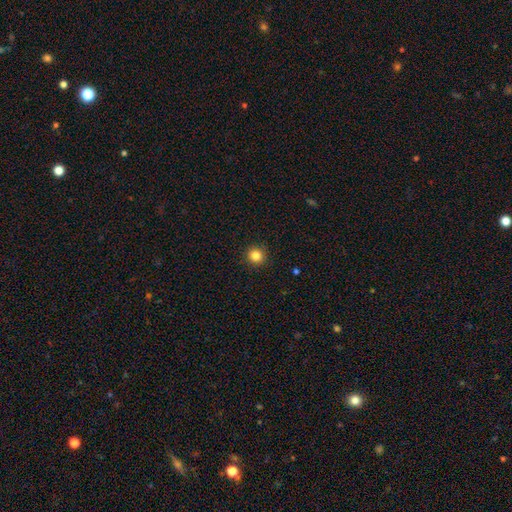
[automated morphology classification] A smooth galaxy with no disk features (84%) that is round (94%).

Vote fractions:
- Smooth or featured? smooth: 84% / star or artifact: 11% / featured or disk: 4%
- How rounded? round: 94% / in between: 5% / cigar-shaped: 1%
- Merging? none: 92% / minor disturbance: 5% / major disturbance: 2% / merger: 1%